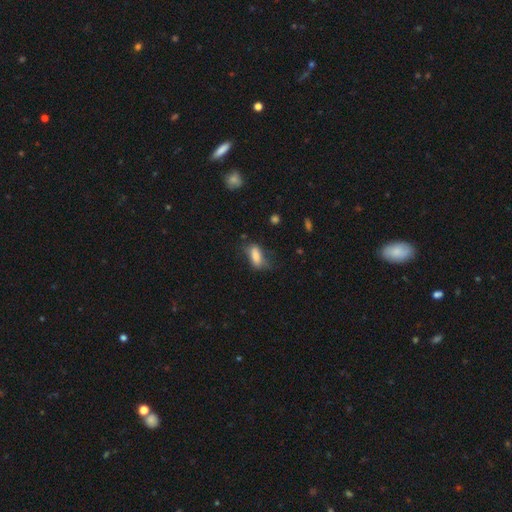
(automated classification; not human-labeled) This is likely a smooth galaxy (78%). How rounded: likely in between (78%). Merging: possibly none (55%).